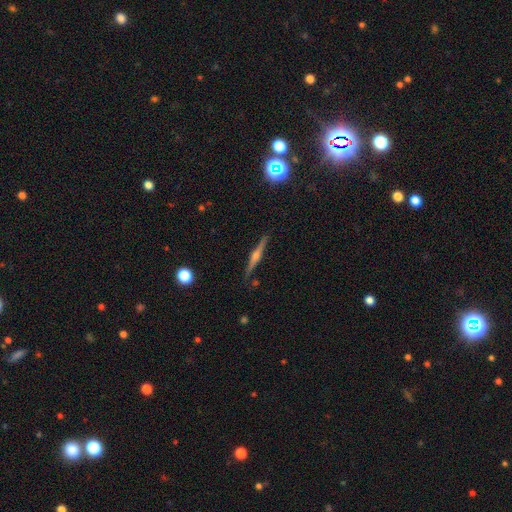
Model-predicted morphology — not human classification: Smooth or featured?
  - featured or disk: 77% *
  - smooth: 15%
  - star or artifact: 8%
Edge-on disk?
  - yes: 98% *
  - no: 2%
Edge-on bulge?
  - rounded: 89% *
  - boxy: 6%
  - none: 5%
Merging?
  - none: 90% *
  - minor disturbance: 7%
  - major disturbance: 2%
  - merger: 1%